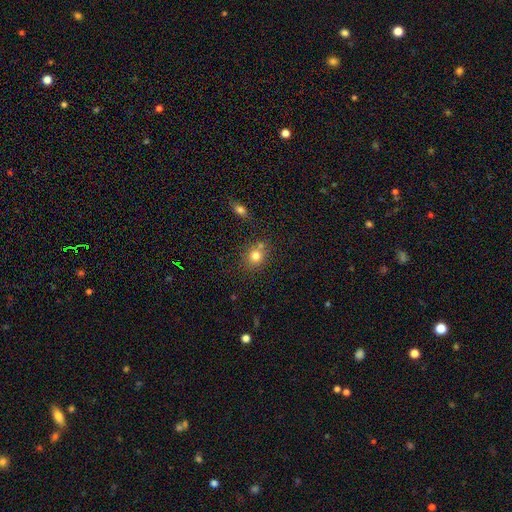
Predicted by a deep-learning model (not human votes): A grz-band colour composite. It shows a smooth galaxy with no disk features (79%) that is round (80%). Merging: none (66%).